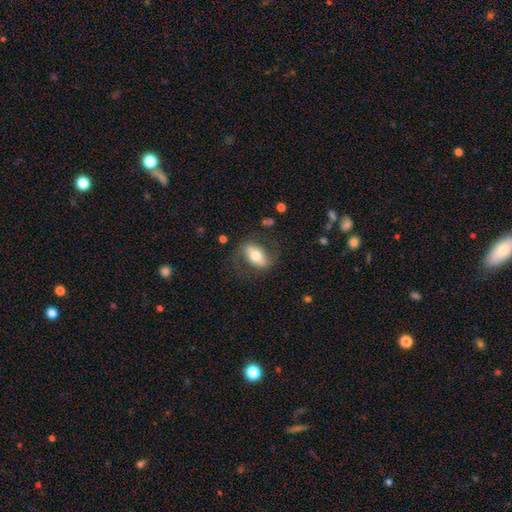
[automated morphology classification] Smooth or featured: smooth — 48% (featured or disk — 46%)
Merging: none — 69% (minor disturbance — 18%)